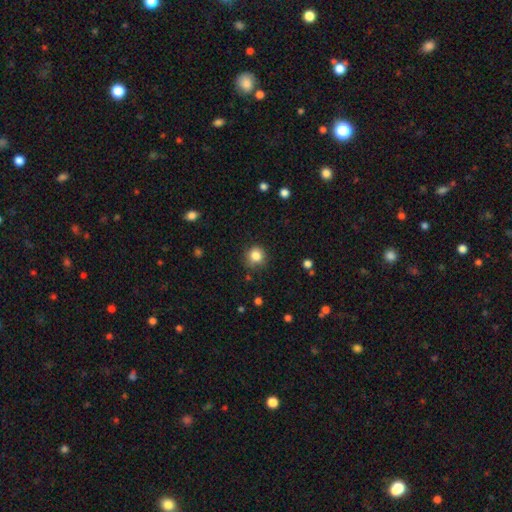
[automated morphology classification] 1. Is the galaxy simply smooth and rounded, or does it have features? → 84% smooth, 11% star or artifact, 5% featured or disk.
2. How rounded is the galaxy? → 90% round, 9% in between, 1% cigar-shaped.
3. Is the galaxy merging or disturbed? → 80% none, 14% minor disturbance, 4% major disturbance, 2% merger.